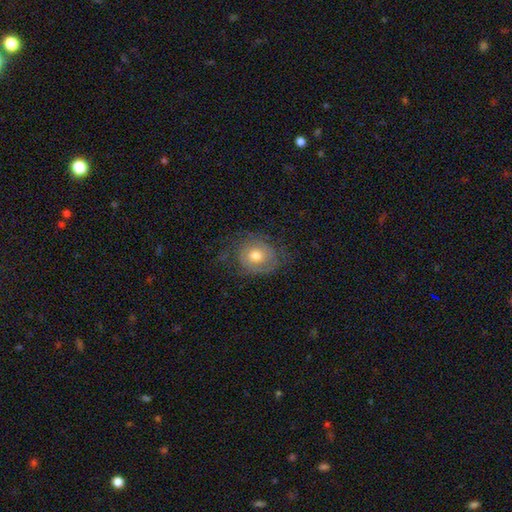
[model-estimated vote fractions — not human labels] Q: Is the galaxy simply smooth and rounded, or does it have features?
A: smooth — 48%.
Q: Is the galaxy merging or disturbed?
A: none — 62%.